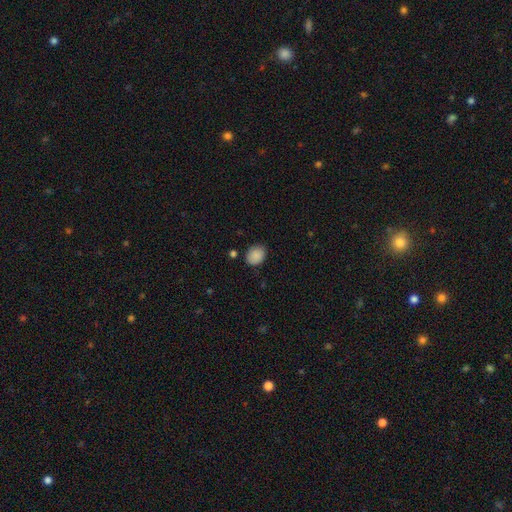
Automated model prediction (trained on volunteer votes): smooth-or-featured: smooth: 88% | star or artifact: 8% | featured or disk: 4%
  how-rounded: in between: 52% | round: 48% | cigar-shaped: 1%
  merging: none: 82% | minor disturbance: 13% | major disturbance: 3% | merger: 2%